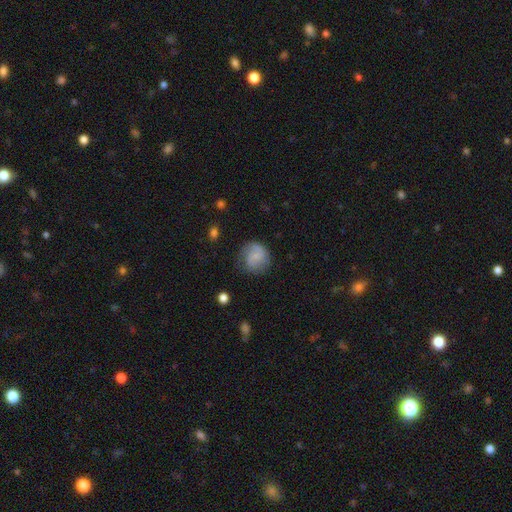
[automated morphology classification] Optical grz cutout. It shows a smooth galaxy with no disk features (53%) that is round (85%). Merging: none (65%).